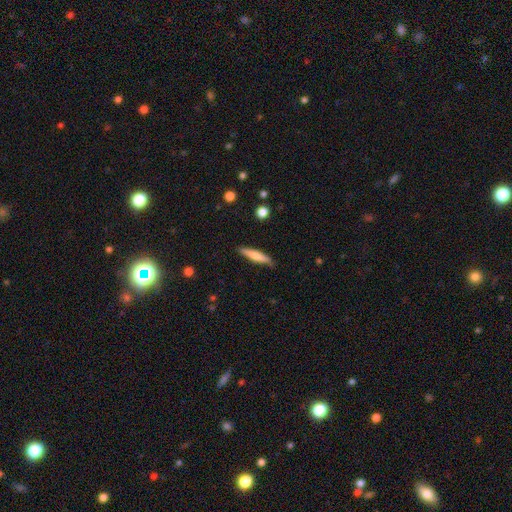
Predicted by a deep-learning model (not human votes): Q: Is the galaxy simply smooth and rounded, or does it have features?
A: smooth — 66%.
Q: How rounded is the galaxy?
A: cigar-shaped — 88%.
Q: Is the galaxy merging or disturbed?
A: none — 87%.